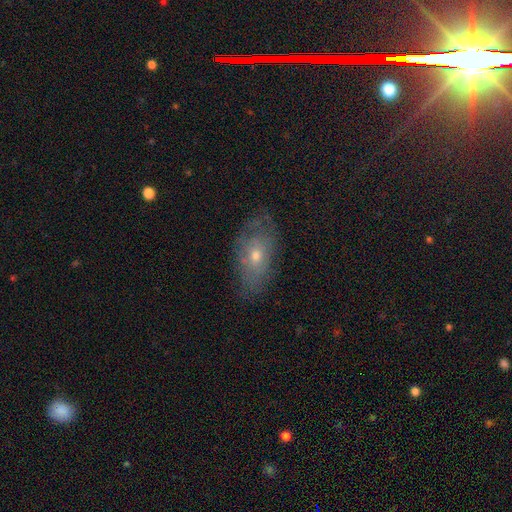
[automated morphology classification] smooth 47%, featured or disk 44%, star or artifact 10%. Down the decision tree: merging — none (66%).